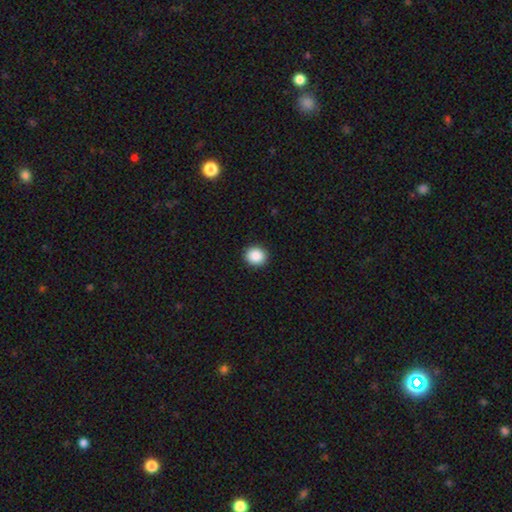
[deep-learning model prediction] This appears to be a smooth galaxy with no disk features (89%) that is round (83%). Merging: none (92%).